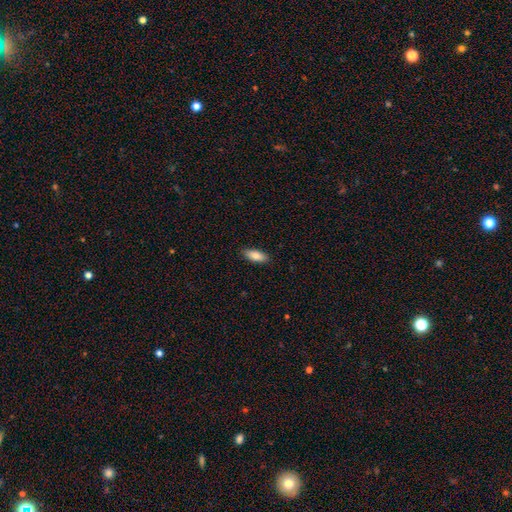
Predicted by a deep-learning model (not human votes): smooth 83%, featured or disk 11%, star or artifact 6%. Down the decision tree: how rounded — in between (79%); merging — none (89%).